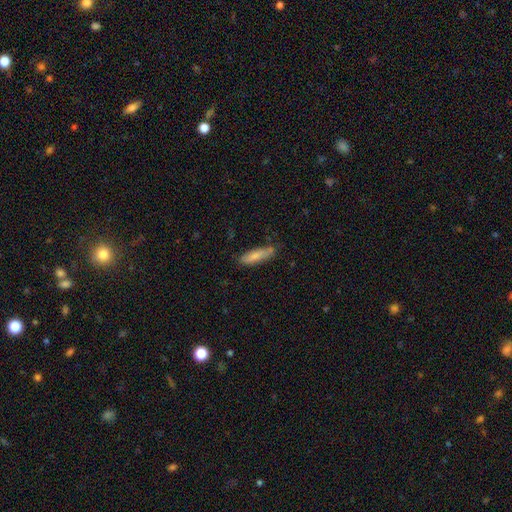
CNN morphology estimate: This is likely a smooth galaxy (75%). How rounded: likely cigar-shaped (63%). Merging: likely none (71%).